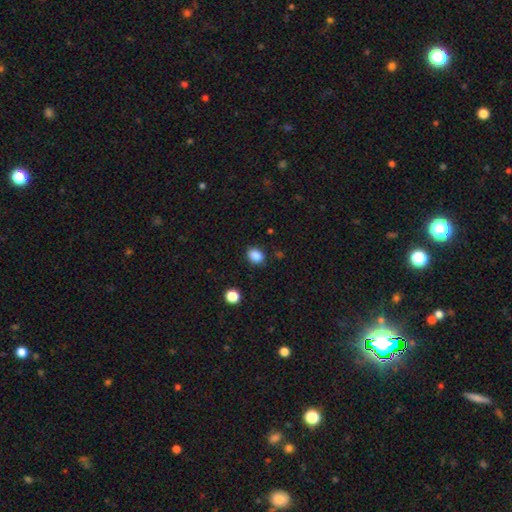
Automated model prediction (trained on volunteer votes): A smooth galaxy with no disk features (86%) that is in between round and cigar-shaped (58%).

Vote fractions:
- Smooth or featured? smooth: 86% / star or artifact: 10% / featured or disk: 3%
- How rounded? in between: 58% / round: 41% / cigar-shaped: 1%
- Merging? none: 85% / minor disturbance: 10% / major disturbance: 3% / merger: 2%